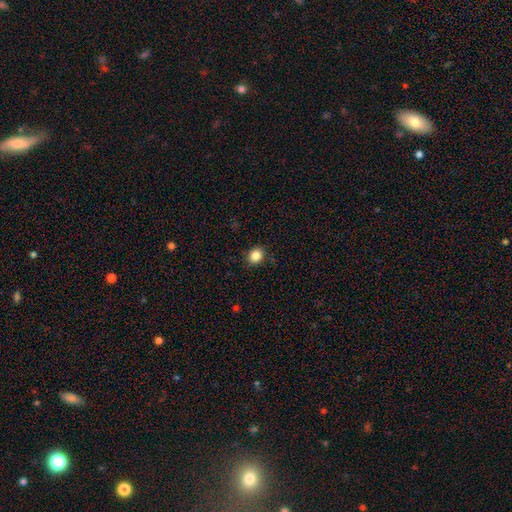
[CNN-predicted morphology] Smooth or featured? smooth (85%)
How rounded? round (67%)
Merging? none (88%)